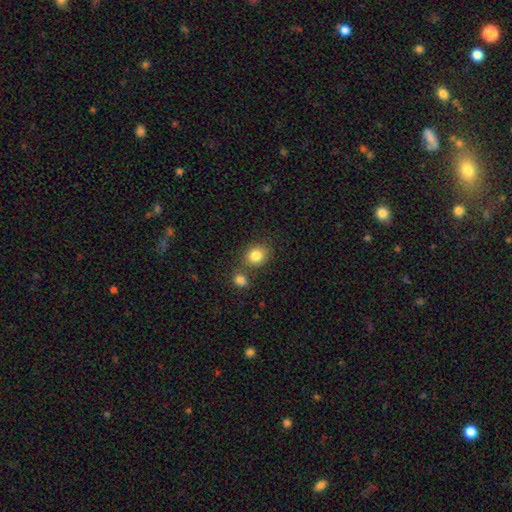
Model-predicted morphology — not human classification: Smooth or featured? Predicted: smooth (p=0.83). How rounded? Predicted: round (p=0.66). Merging? Predicted: none (p=0.65).